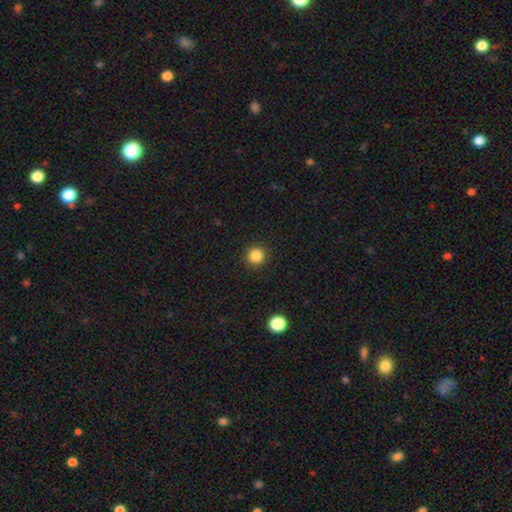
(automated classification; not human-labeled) Q: Smooth or featured?
A: smooth (86%); runner-up: star or artifact (11%)
Q: How rounded?
A: round (95%); runner-up: in between (4%)
Q: Merging?
A: none (92%); runner-up: minor disturbance (5%)